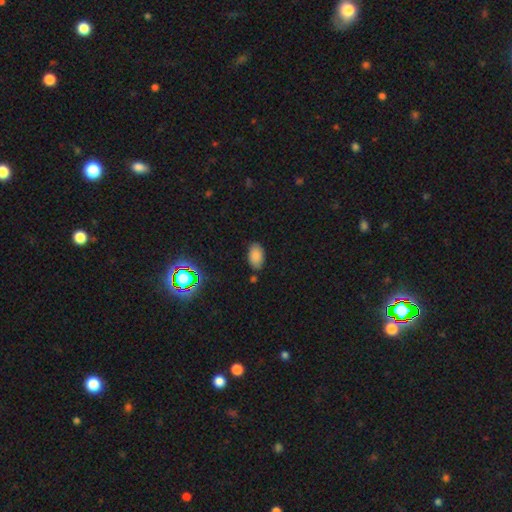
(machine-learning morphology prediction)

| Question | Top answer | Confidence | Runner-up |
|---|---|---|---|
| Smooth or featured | smooth | 82% | star or artifact (13%) |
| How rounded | in between | 92% | round (6%) |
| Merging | none | 79% | minor disturbance (15%) |